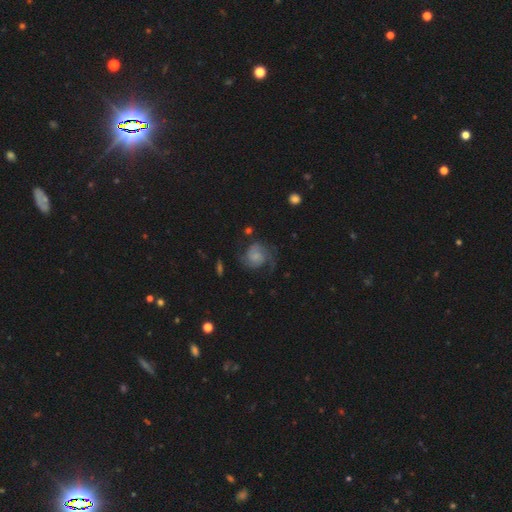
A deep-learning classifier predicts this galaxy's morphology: Smooth or featured: featured or disk — 75% (smooth — 18%)
Edge-on disk: no — 98% (yes — 2%)
Bar: no — 69% (weak — 26%)
Spiral arms: yes — 95% (no — 5%)
Spiral winding: medium — 45% (tight — 31%)
Spiral arm count: 2 — 73% (1 — 9%)
Bulge size: small — 44% (none — 28%)
Merging: none — 62% (minor disturbance — 19%)